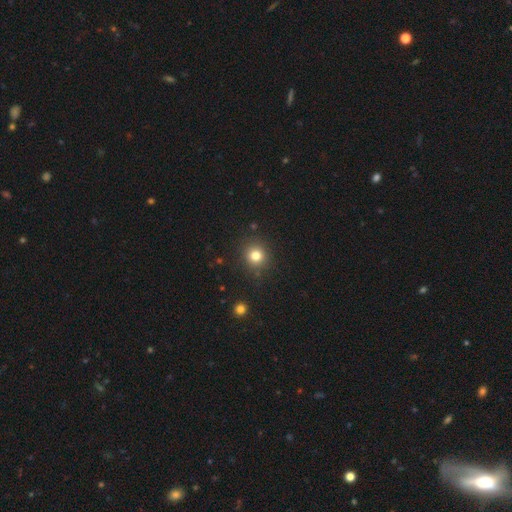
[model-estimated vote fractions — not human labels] A smooth galaxy with no disk features (80%) that is round (88%).

Vote fractions:
- Smooth or featured? smooth: 80% / star or artifact: 13% / featured or disk: 6%
- How rounded? round: 88% / in between: 11% / cigar-shaped: 1%
- Merging? none: 87% / minor disturbance: 8% / major disturbance: 3% / merger: 2%